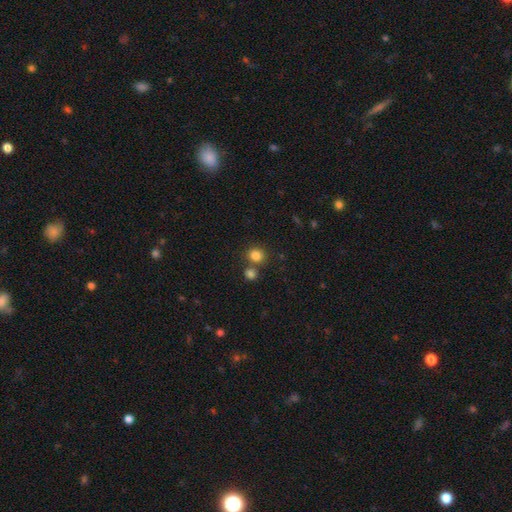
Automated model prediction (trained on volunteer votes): Smooth or featured?
  - smooth: 83% *
  - star or artifact: 12%
  - featured or disk: 5%
How rounded?
  - round: 83% *
  - in between: 16%
  - cigar-shaped: 1%
Merging?
  - none: 68% *
  - merger: 21%
  - minor disturbance: 8%
  - major disturbance: 3%